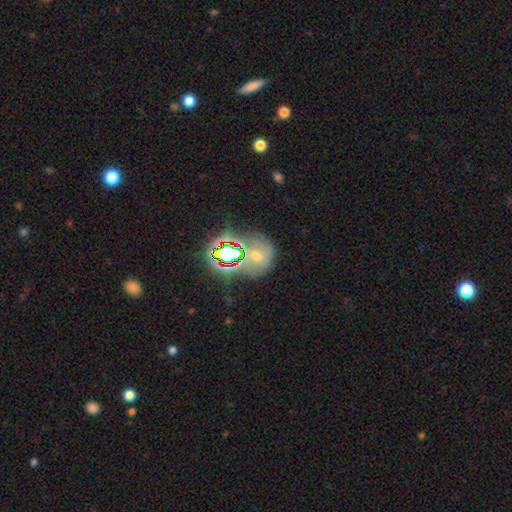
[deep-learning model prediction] A star or artifact, not a galaxy (48%).